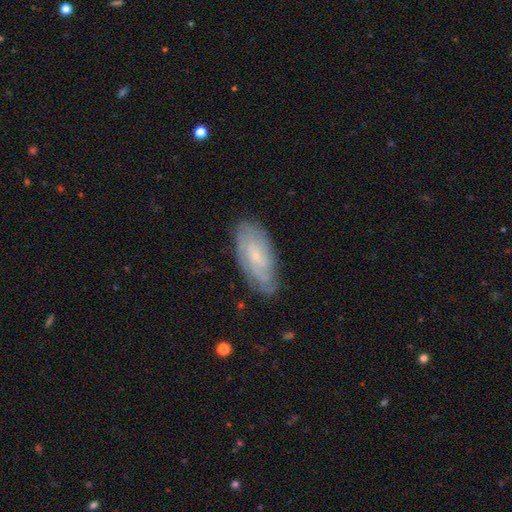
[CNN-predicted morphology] Smooth or featured: featured or disk — 65% (smooth — 28%)
Edge-on disk: no — 90% (yes — 10%)
Bar: no — 65% (weak — 30%)
Spiral arms: yes — 86% (no — 14%)
Bulge size: small — 74% (moderate — 19%)
Merging: none — 75% (minor disturbance — 19%)